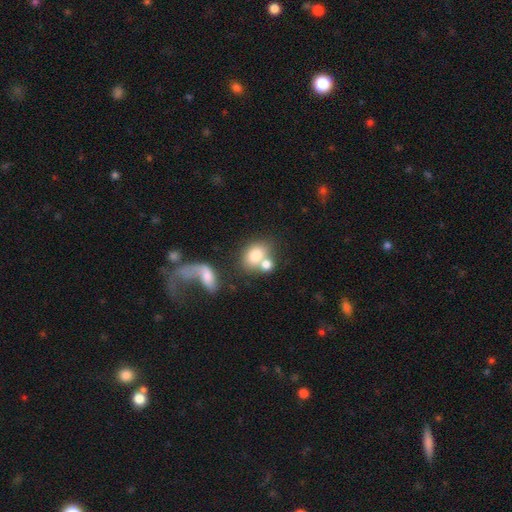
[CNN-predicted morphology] type=smooth (75%); roundness=in between (62%); merging=merger (52%).